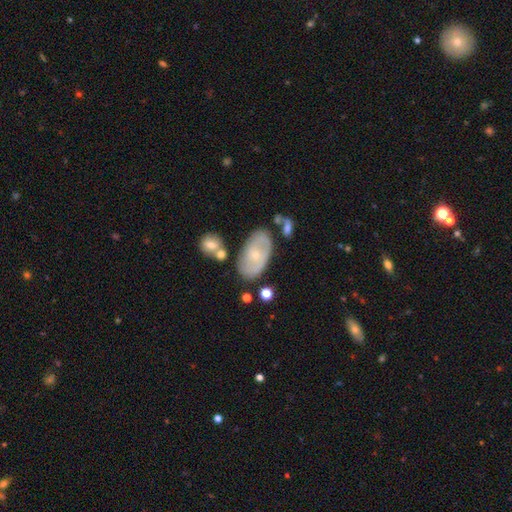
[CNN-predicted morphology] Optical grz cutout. It shows a featured or disk galaxy (53%). Merging: none (65%).